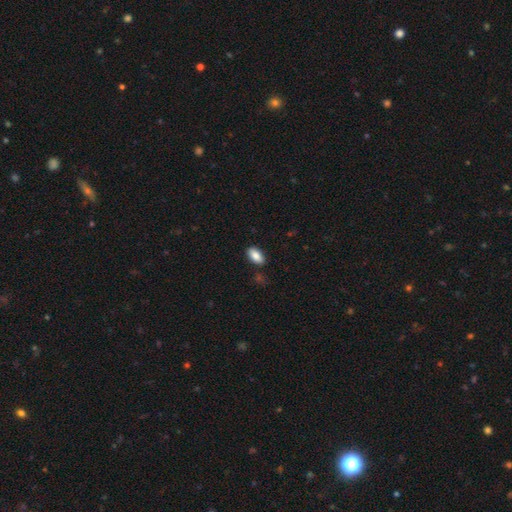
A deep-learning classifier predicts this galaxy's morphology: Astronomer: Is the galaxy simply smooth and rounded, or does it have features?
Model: smooth — 86%.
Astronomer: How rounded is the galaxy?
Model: in between — 91%.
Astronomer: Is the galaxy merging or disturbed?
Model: none — 85%.